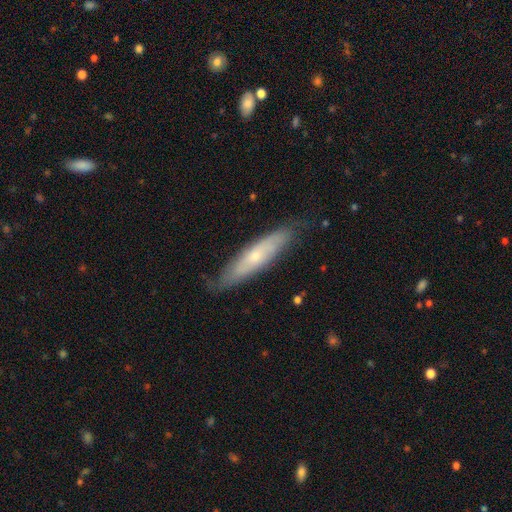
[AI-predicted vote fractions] This is possibly a featured or disk galaxy (51%). It is possibly not viewed edge-on (52%). Merging: likely none (76%).